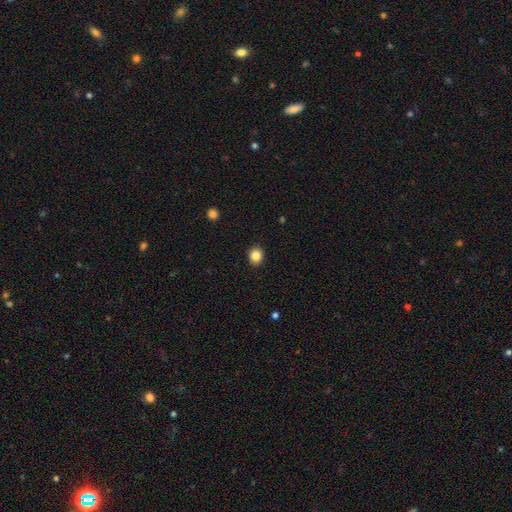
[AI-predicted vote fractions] Smooth or featured? Predicted: smooth (p=0.85). How rounded? Predicted: round (p=0.75). Merging? Predicted: none (p=0.92).